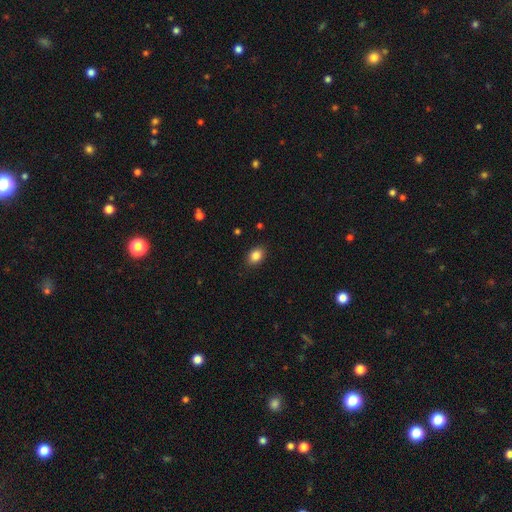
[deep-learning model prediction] Q: Smooth or featured?
A: smooth (85%); runner-up: star or artifact (9%)
Q: How rounded?
A: in between (72%); runner-up: round (27%)
Q: Merging?
A: none (88%); runner-up: minor disturbance (9%)